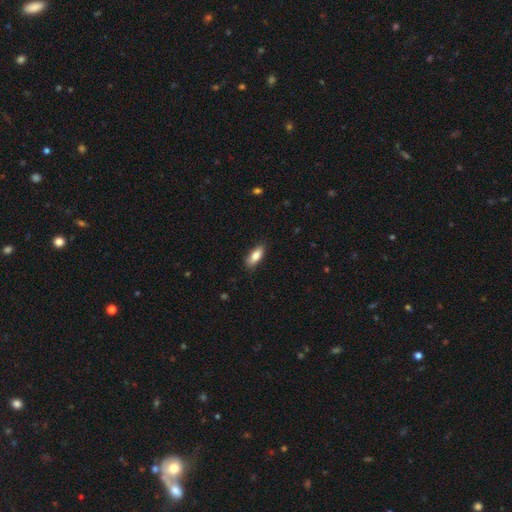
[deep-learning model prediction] This is clearly a smooth galaxy (82%). How rounded: likely in between (72%). Merging: clearly none (84%).